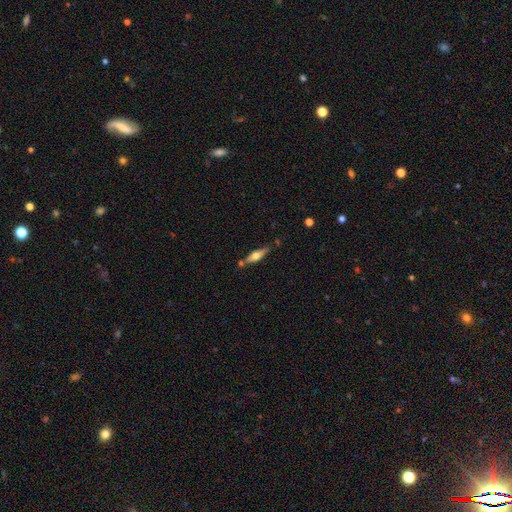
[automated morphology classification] Q: Smooth or featured?
A: featured or disk (51%); runner-up: smooth (43%)
Q: Edge-on disk?
A: yes (88%); runner-up: no (12%)
Q: Merging?
A: none (68%); runner-up: minor disturbance (16%)